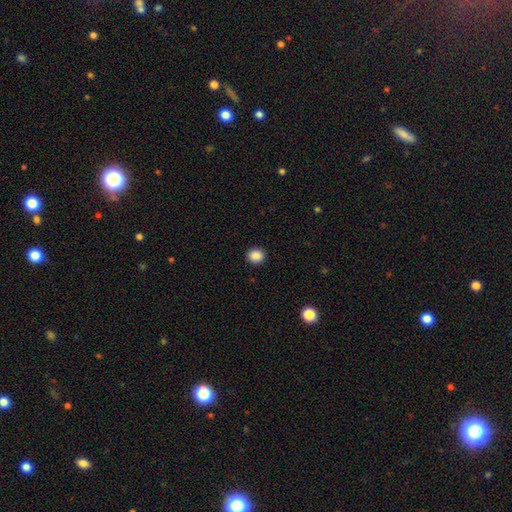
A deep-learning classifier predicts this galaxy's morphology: Smooth or featured: smooth — 88% (star or artifact — 9%)
How rounded: round — 76% (in between — 23%)
Merging: none — 91% (minor disturbance — 6%)